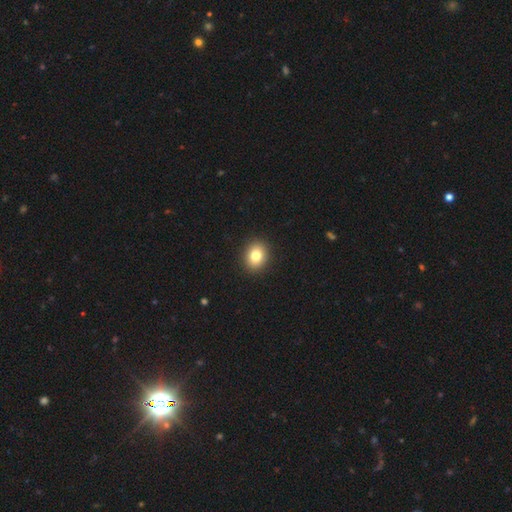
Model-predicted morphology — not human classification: The model was most divided on "how rounded": round: 53%, in between: 46%, cigar-shaped: 1%. More confident: merging — none (92%); smooth or featured — smooth (81%).